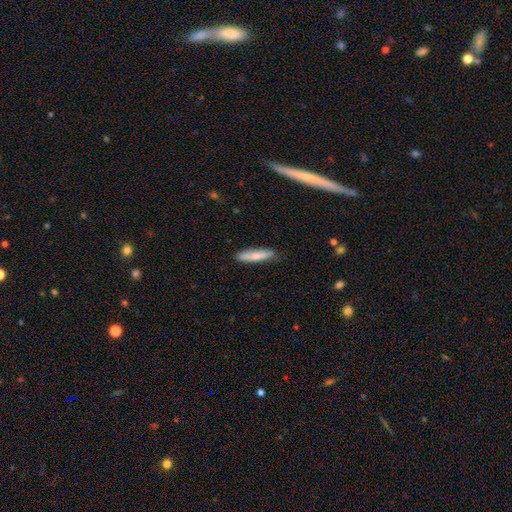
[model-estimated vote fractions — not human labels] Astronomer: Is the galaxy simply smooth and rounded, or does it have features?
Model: smooth — 73%.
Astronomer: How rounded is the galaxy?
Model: cigar-shaped — 82%.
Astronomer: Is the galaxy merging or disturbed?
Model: none — 80%.